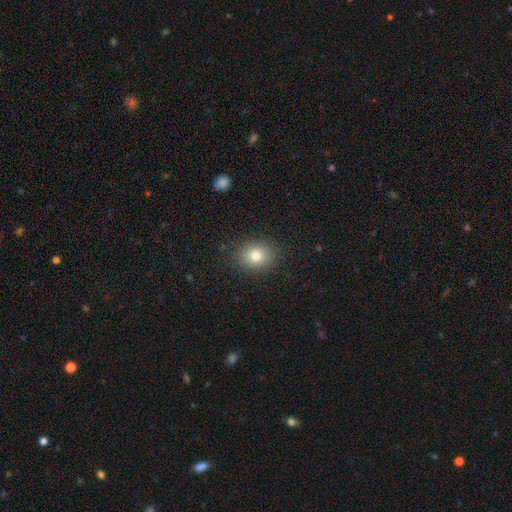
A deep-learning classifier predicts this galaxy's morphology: This appears to be a smooth galaxy with no disk features (79%) that is round (54%). Merging: none (88%).